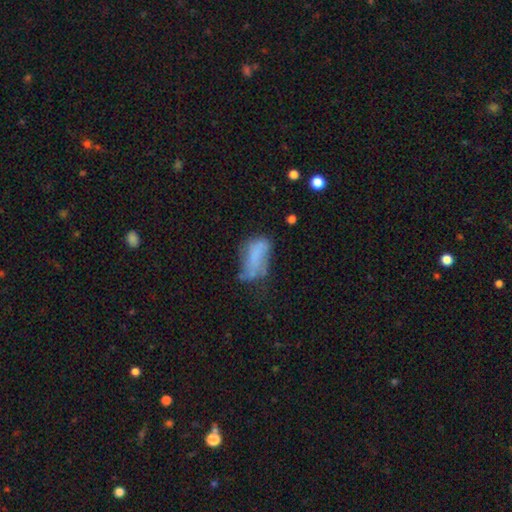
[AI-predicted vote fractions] Morphology: type=smooth (57%); roundness=in between (85%); merging=none (34%).